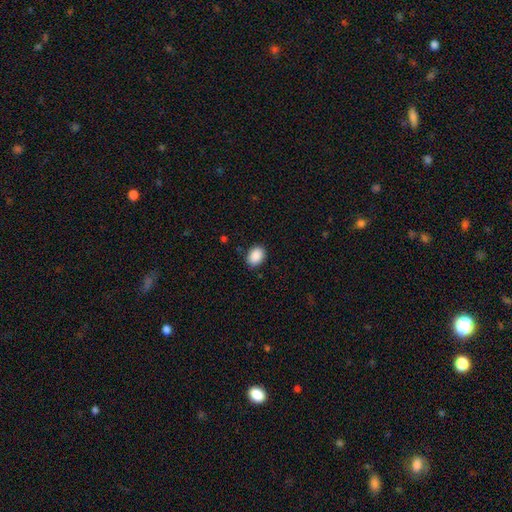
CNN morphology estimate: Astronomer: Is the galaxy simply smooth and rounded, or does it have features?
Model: smooth — 90%.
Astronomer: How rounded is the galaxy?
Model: in between — 72%.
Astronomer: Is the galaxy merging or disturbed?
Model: none — 87%.